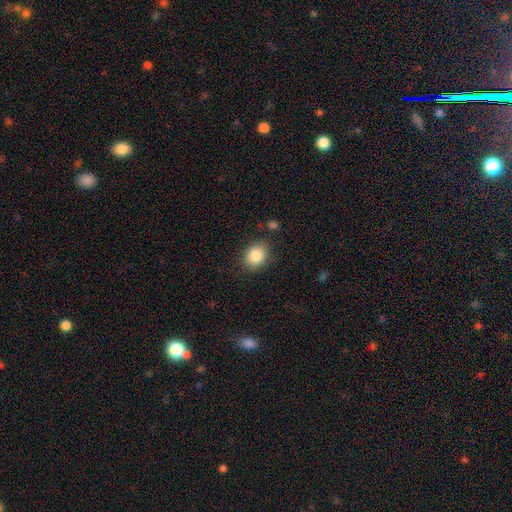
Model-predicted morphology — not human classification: This is clearly a smooth galaxy (85%). How rounded: possibly round (60%). Merging: clearly none (84%).